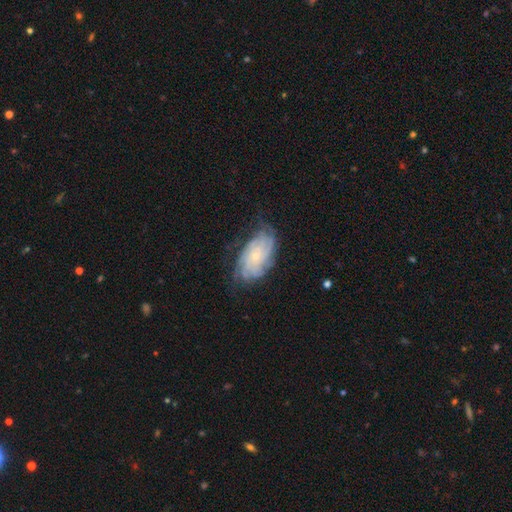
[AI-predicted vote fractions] Smooth or featured: featured or disk — 76% (smooth — 16%)
Edge-on disk: no — 96% (yes — 4%)
Bar: no — 80% (weak — 17%)
Spiral arms: yes — 93% (no — 7%)
Spiral winding: tight — 69% (medium — 24%)
Spiral arm count: can't tell — 46% (4 — 17%)
Bulge size: small — 77% (moderate — 18%)
Merging: none — 69% (minor disturbance — 21%)